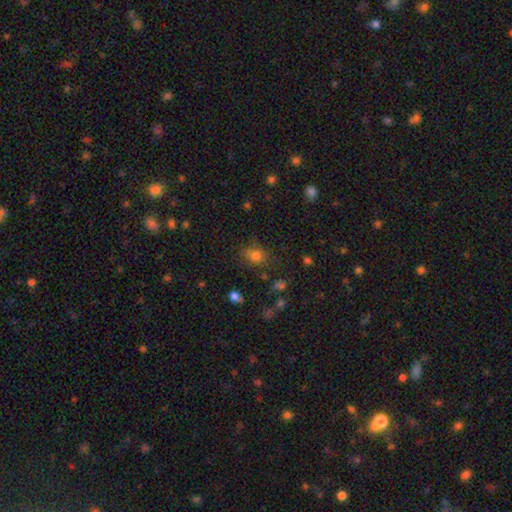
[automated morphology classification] Q: Smooth or featured?
A: smooth (73%); runner-up: star or artifact (18%)
Q: How rounded?
A: in between (51%); runner-up: round (47%)
Q: Merging?
A: none (65%); runner-up: minor disturbance (20%)